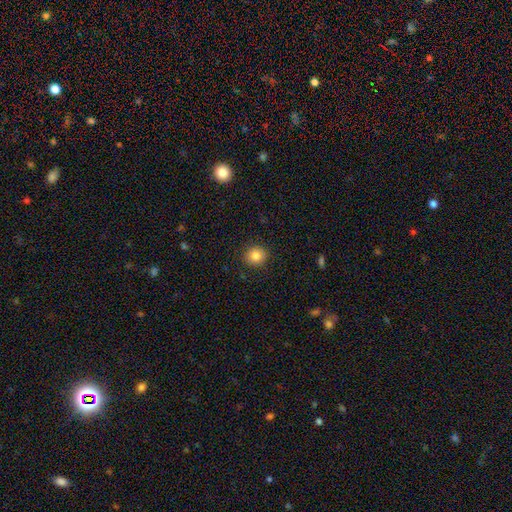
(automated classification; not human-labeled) Smooth or featured? smooth (84%)
How rounded? round (87%)
Merging? none (90%)